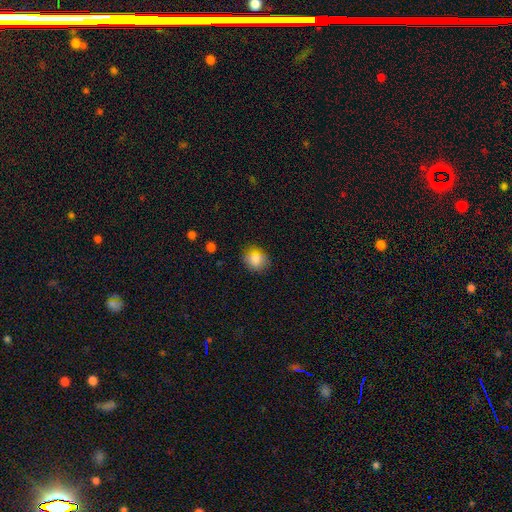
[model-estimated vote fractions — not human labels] Overall: smooth (79%). How rounded: round (63%; in between 36%). Merging: none (78%).